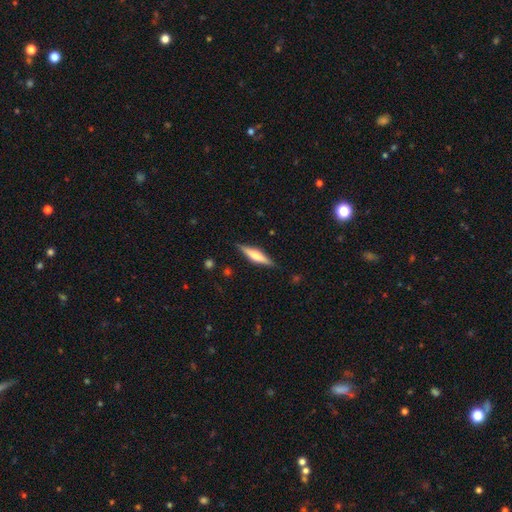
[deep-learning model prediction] smooth-or-featured: featured or disk: 55% | smooth: 39% | star or artifact: 6%
  disk-edge-on: yes: 96% | no: 4%
    edge-on-bulge: rounded: 80% | boxy: 13% | none: 7%
  merging: none: 87% | minor disturbance: 9% | major disturbance: 2% | merger: 1%